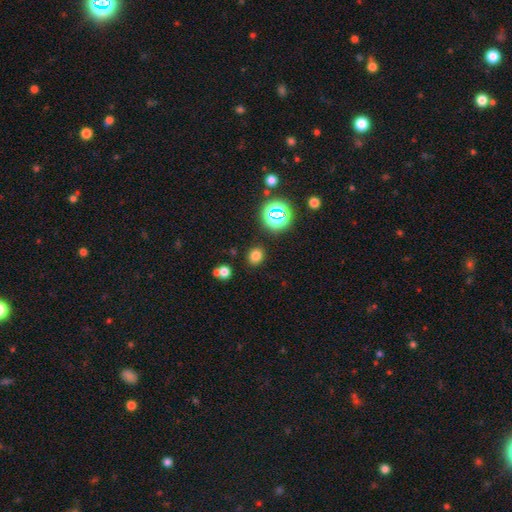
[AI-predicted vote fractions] The model was most divided on "how rounded": round: 67%, in between: 32%, cigar-shaped: 1%. More confident: merging — none (85%); smooth or featured — smooth (74%).